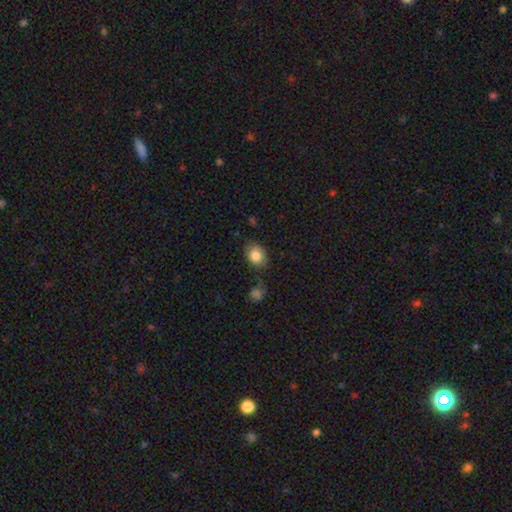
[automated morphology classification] The model was most divided on "how rounded": in between: 64%, round: 35%, cigar-shaped: 1%. More confident: smooth or featured — smooth (83%); merging — none (76%).